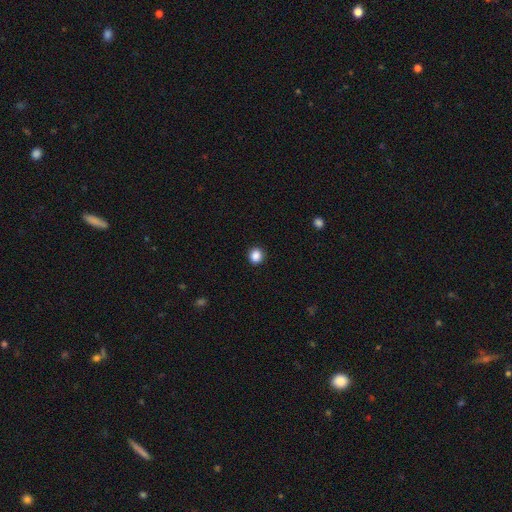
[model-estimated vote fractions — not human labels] smooth_or_featured: smooth (p=0.87) [alt: star or artifact p=0.10]
how_rounded: round (p=0.89) [alt: in between p=0.10]
merging: none (p=0.92) [alt: minor disturbance p=0.05]